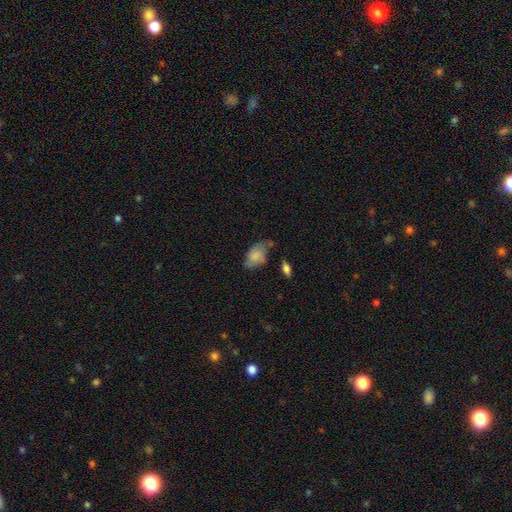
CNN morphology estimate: Smooth or featured? smooth (77%)
How rounded? in between (91%)
Merging? none (51%)